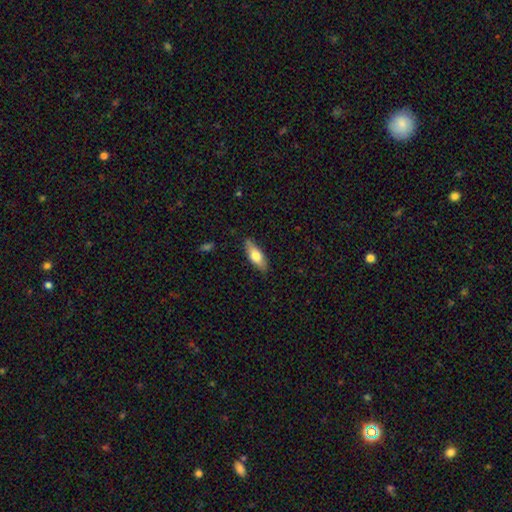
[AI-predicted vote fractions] Morphology: type=smooth (67%); roundness=in between (67%); merging=none (83%).